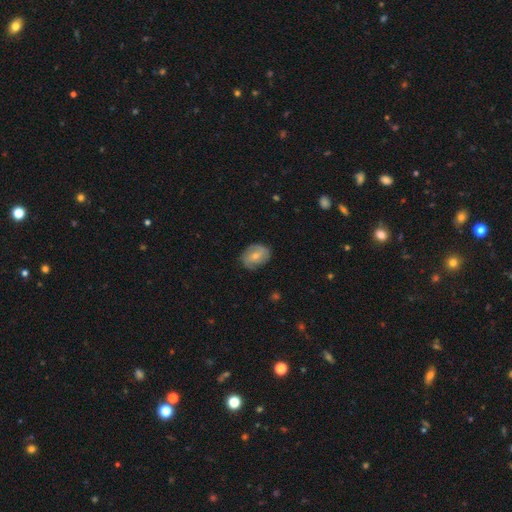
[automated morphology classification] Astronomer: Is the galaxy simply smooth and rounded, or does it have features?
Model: featured or disk — 48% (runner-up: smooth, 45%).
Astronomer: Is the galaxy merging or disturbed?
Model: none — 73%.